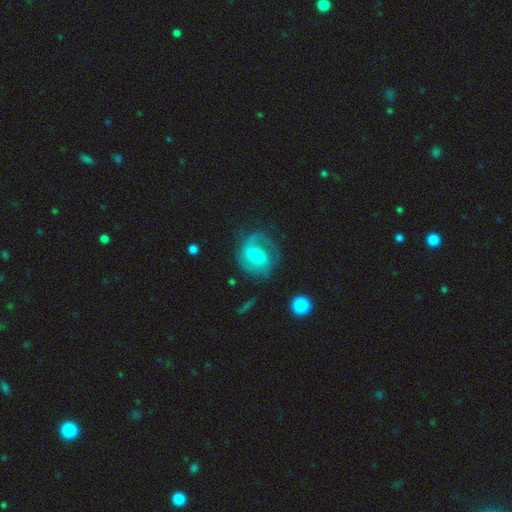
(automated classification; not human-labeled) smooth_or_featured: featured or disk (p=0.73) [alt: smooth p=0.21]
disk_edge_on: no (p=0.97) [alt: yes p=0.03]
bar: no (p=0.47) [alt: weak p=0.40]
has_spiral_arms: yes (p=0.90) [alt: no p=0.10]
spiral_winding: medium (p=0.46) [alt: tight p=0.32]
spiral_arm_count: 2 (p=0.55) [alt: 1 p=0.22]
bulge_size: small (p=0.64) [alt: moderate p=0.26]
merging: none (p=0.56) [alt: major disturbance p=0.21]